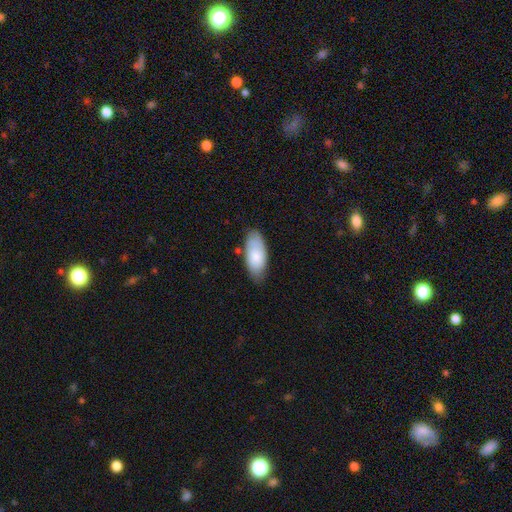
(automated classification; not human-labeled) Morphology: type=smooth (81%); roundness=in between (90%); merging=none (73%).